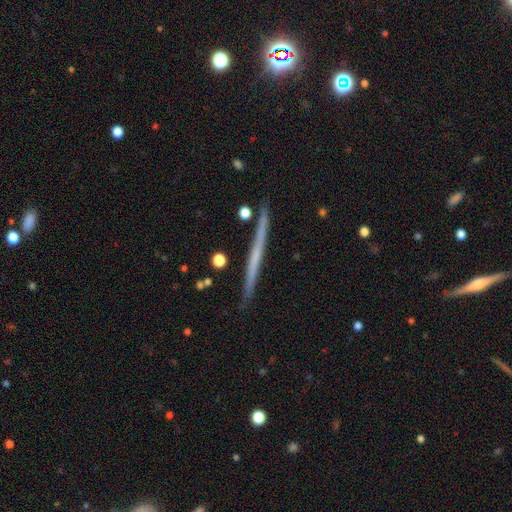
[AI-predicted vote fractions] This is likely a featured or disk galaxy (60%). It is clearly viewed edge-on (98%). Edge-on bulge: clearly none (84%). Merging: clearly none (90%).